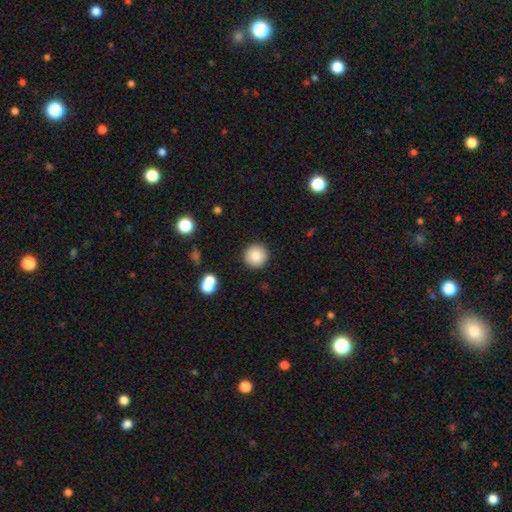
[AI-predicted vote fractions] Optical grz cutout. It shows a smooth galaxy with no disk features (85%) that is round (95%). Merging: none (91%).